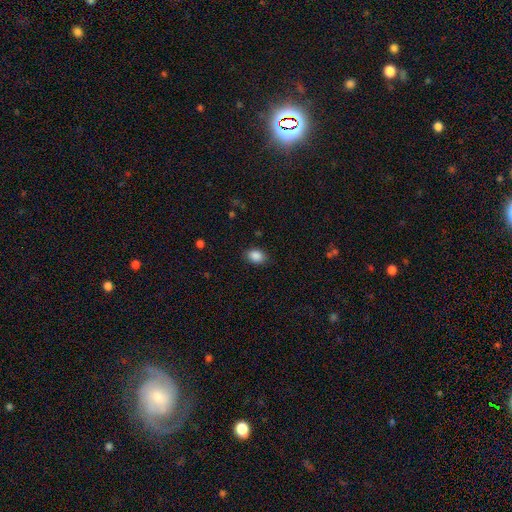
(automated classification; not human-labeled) Morphology: type=smooth (88%); roundness=in between (72%); merging=none (85%).